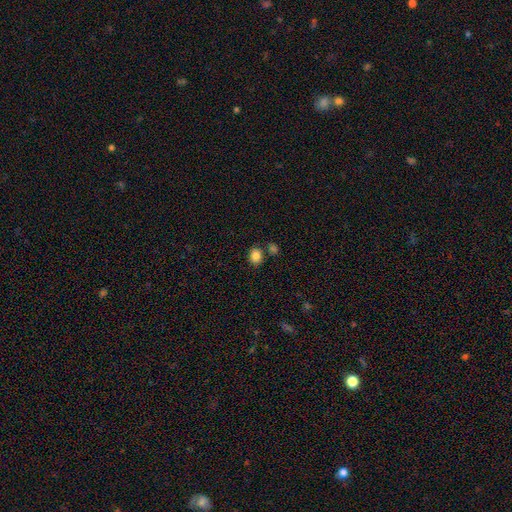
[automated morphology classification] Overall: smooth (85%). How rounded: round (50%; in between 49%). Merging: none (75%).